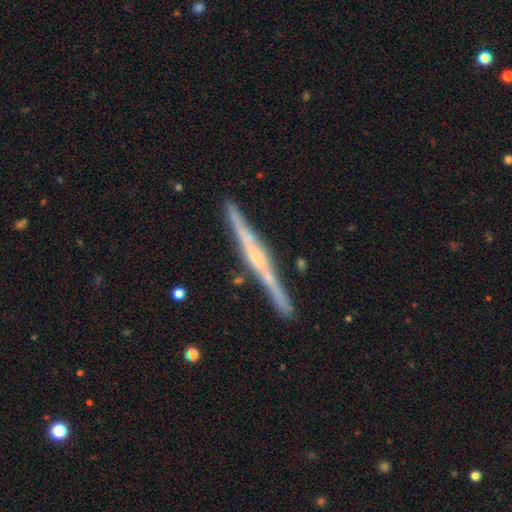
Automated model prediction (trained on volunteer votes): A featured or disk galaxy (79%) viewed edge-on (98%) with a rounded central bulge (53%).

Vote fractions:
- Smooth or featured? featured or disk: 79% / smooth: 15% / star or artifact: 5%
- Edge-on disk? yes: 98% / no: 2%
- Edge-on bulge? rounded: 53% / none: 25% / boxy: 23%
- Merging? none: 89% / minor disturbance: 8% / merger: 2% / major disturbance: 2%